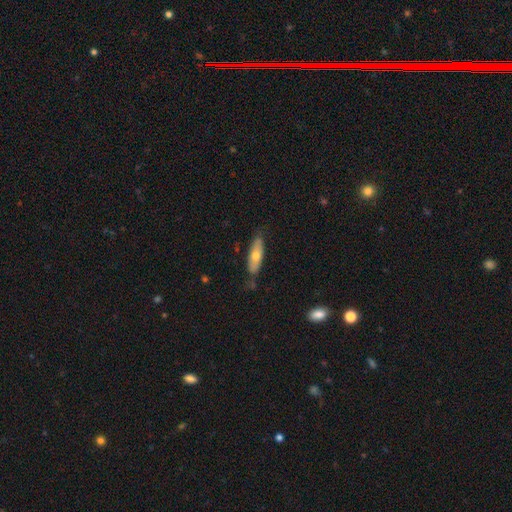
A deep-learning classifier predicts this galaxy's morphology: type=smooth (62%); roundness=in between (53%); merging=none (72%).